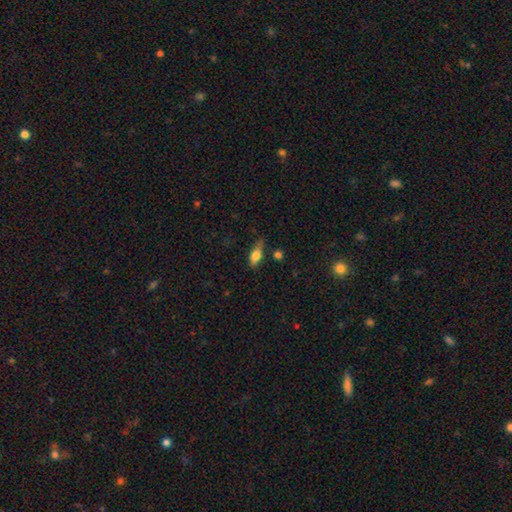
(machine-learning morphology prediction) Smooth or featured: smooth — 70% (featured or disk — 22%)
How rounded: in between — 72% (cigar-shaped — 24%)
Merging: none — 63% (minor disturbance — 26%)